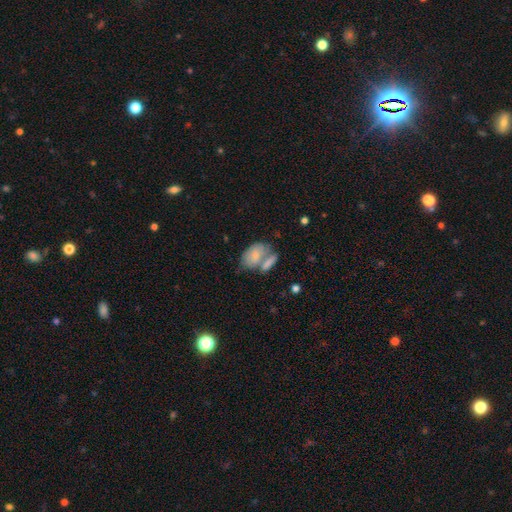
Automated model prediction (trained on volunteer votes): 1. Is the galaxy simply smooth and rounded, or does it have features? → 72% smooth, 22% featured or disk, 6% star or artifact.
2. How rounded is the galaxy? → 86% in between, 12% round, 2% cigar-shaped.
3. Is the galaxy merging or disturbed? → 53% merger, 27% none, 13% minor disturbance, 7% major disturbance.